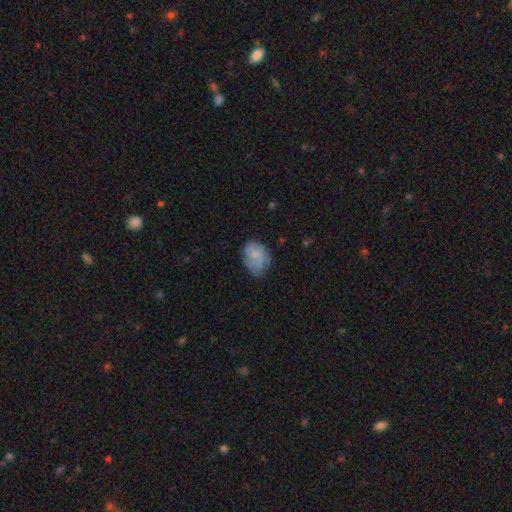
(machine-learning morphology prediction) Smooth or featured?
  - smooth: 62% *
  - featured or disk: 30%
  - star or artifact: 8%
How rounded?
  - in between: 74% *
  - round: 25%
  - cigar-shaped: 1%
Merging?
  - none: 54% *
  - minor disturbance: 33%
  - major disturbance: 11%
  - merger: 2%